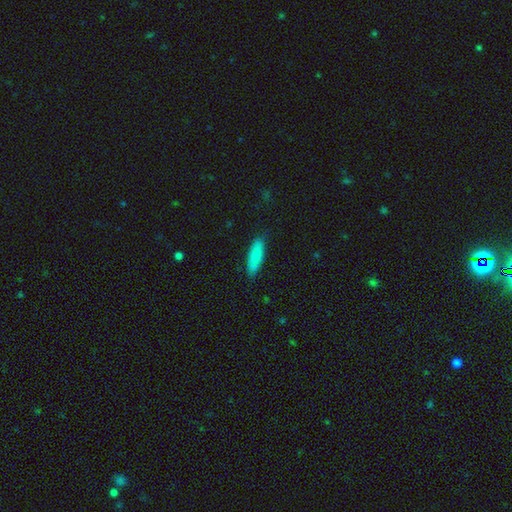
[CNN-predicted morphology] Smooth or featured?
  - smooth: 84% *
  - featured or disk: 10%
  - star or artifact: 6%
How rounded?
  - cigar-shaped: 50% *
  - in between: 48%
  - round: 2%
Merging?
  - none: 85% *
  - minor disturbance: 12%
  - major disturbance: 2%
  - merger: 1%